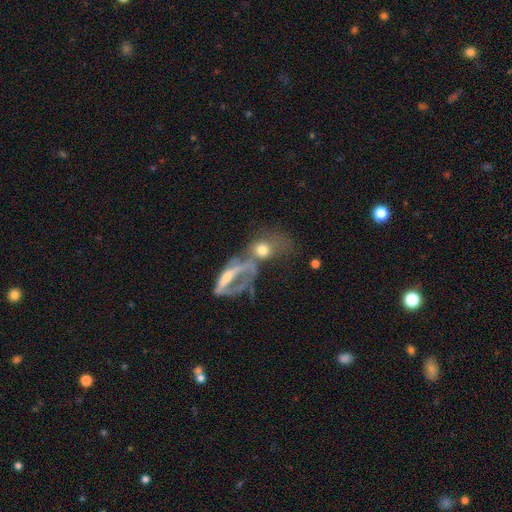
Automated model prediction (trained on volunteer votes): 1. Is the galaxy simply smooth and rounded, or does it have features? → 37% smooth, 34% featured or disk, 29% star or artifact.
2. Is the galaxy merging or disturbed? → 47% merger, 30% none, 12% major disturbance, 11% minor disturbance.